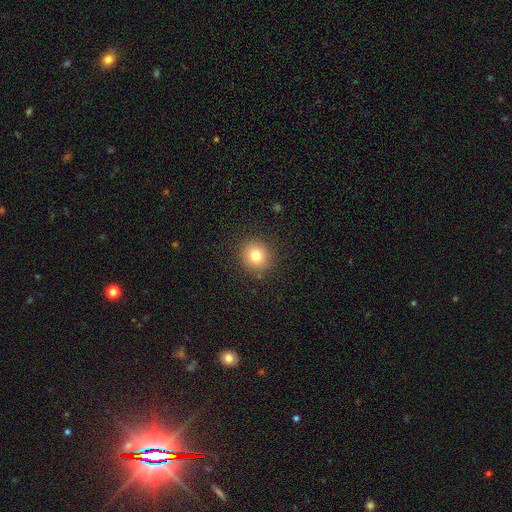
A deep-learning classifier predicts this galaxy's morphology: The model was most divided on "smooth or featured": smooth: 79%, star or artifact: 12%, featured or disk: 9%. More confident: merging — none (90%); how rounded — round (89%).